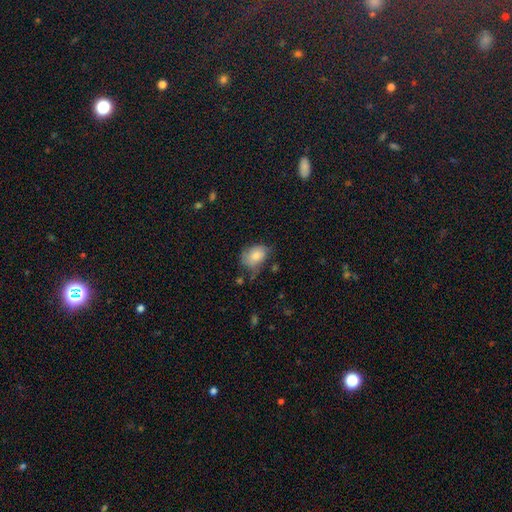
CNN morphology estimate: Smooth or featured?
  - smooth: 74% *
  - featured or disk: 18%
  - star or artifact: 8%
How rounded?
  - in between: 72% *
  - round: 27%
  - cigar-shaped: 1%
Merging?
  - none: 46% *
  - minor disturbance: 35%
  - major disturbance: 15%
  - merger: 4%